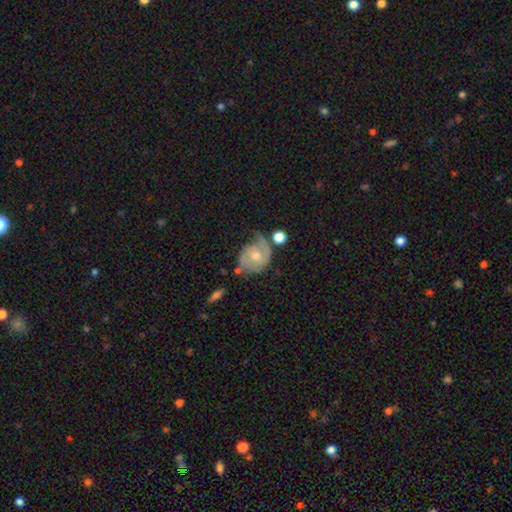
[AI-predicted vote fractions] Q: Smooth or featured?
A: featured or disk (72%); runner-up: smooth (22%)
Q: Edge-on disk?
A: no (97%); runner-up: yes (3%)
Q: Bar?
A: no (70%); runner-up: weak (26%)
Q: Spiral arms?
A: yes (88%); runner-up: no (12%)
Q: Spiral winding?
A: medium (39%); runner-up: tight (38%)
Q: Spiral arm count?
A: 2 (50%); runner-up: 1 (29%)
Q: Bulge size?
A: moderate (62%); runner-up: small (29%)
Q: Merging?
A: none (39%); runner-up: minor disturbance (29%)